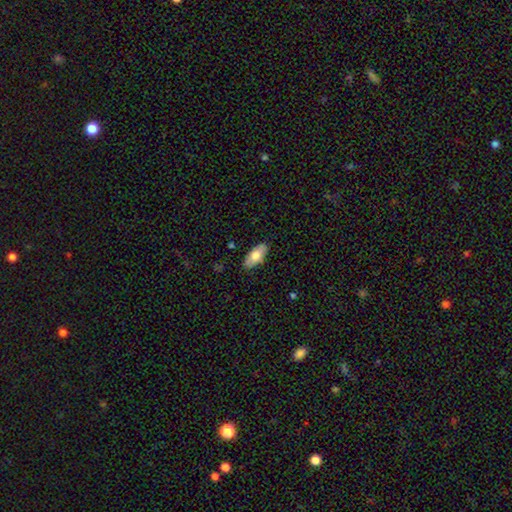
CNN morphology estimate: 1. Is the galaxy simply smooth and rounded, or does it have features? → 71% smooth, 23% featured or disk, 6% star or artifact.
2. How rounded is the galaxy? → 89% in between, 9% cigar-shaped, 2% round.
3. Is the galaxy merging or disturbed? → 86% none, 11% minor disturbance, 2% major disturbance, 1% merger.